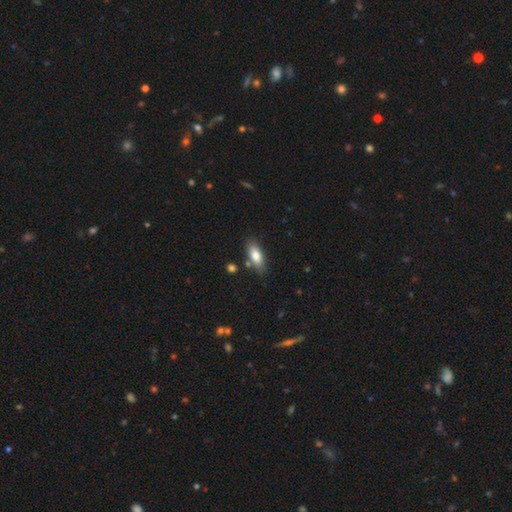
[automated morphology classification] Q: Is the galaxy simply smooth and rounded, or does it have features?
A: smooth — 80%.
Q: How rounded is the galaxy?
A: in between — 77%.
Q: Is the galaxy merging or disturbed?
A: none — 80%.